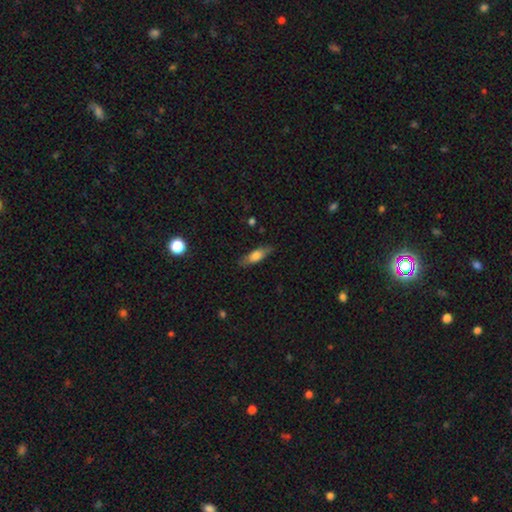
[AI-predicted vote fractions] Smooth or featured: smooth — 67% (featured or disk — 26%)
How rounded: in between — 55% (cigar-shaped — 42%)
Merging: none — 81% (minor disturbance — 15%)